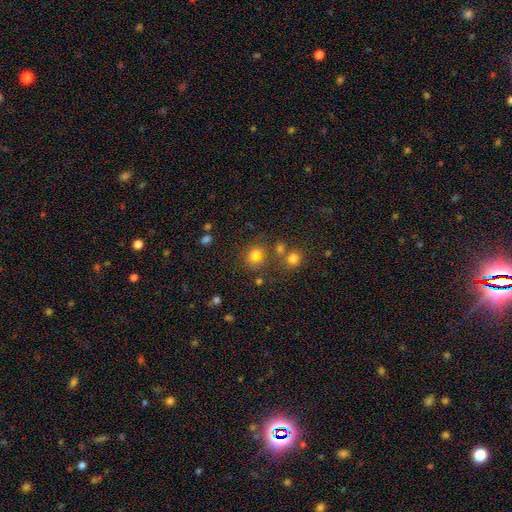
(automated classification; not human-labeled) The model was most divided on "how rounded": round: 62%, in between: 37%, cigar-shaped: 1%. More confident: smooth or featured — smooth (67%); merging — none (57%).